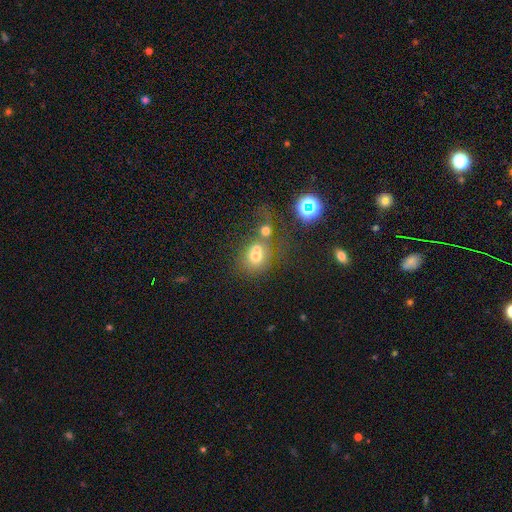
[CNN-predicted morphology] This appears to be a smooth galaxy with no disk features (64%) that is round (68%). Merging: merger (52%).